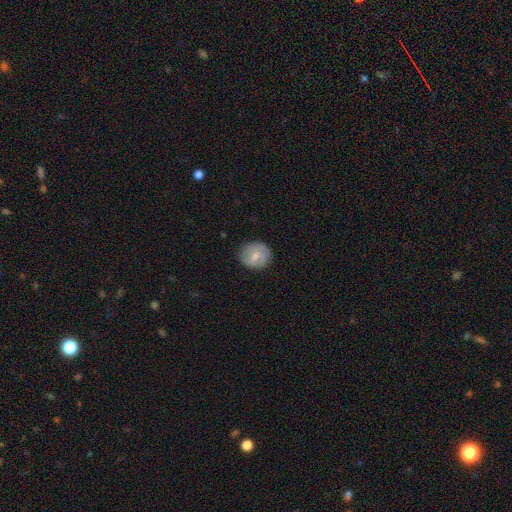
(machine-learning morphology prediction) Smooth or featured: smooth — 62% (featured or disk — 31%)
How rounded: round — 79% (in between — 19%)
Merging: none — 81% (minor disturbance — 15%)